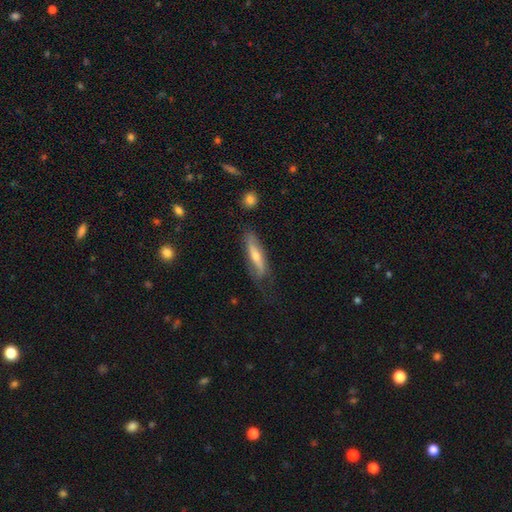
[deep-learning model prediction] smooth_or_featured: featured or disk (p=0.58) [alt: smooth p=0.35]
disk_edge_on: yes (p=0.58) [alt: no p=0.42]
merging: none (p=0.65) [alt: minor disturbance p=0.24]